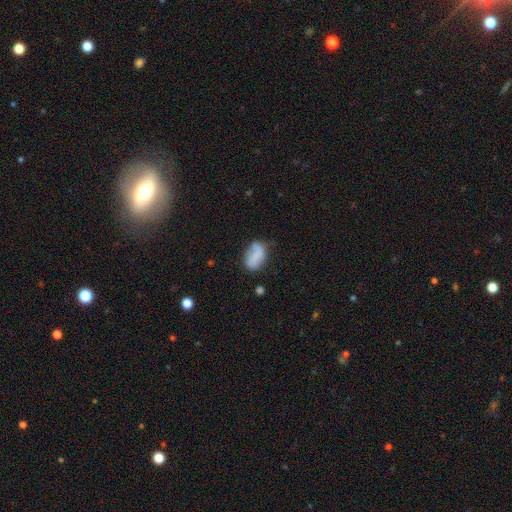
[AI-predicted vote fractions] A smooth galaxy with no disk features (72%) that is in between round and cigar-shaped (89%).

Vote fractions:
- Smooth or featured? smooth: 72% / featured or disk: 19% / star or artifact: 9%
- How rounded? in between: 89% / round: 9% / cigar-shaped: 2%
- Merging? none: 54% / minor disturbance: 30% / major disturbance: 11% / merger: 5%